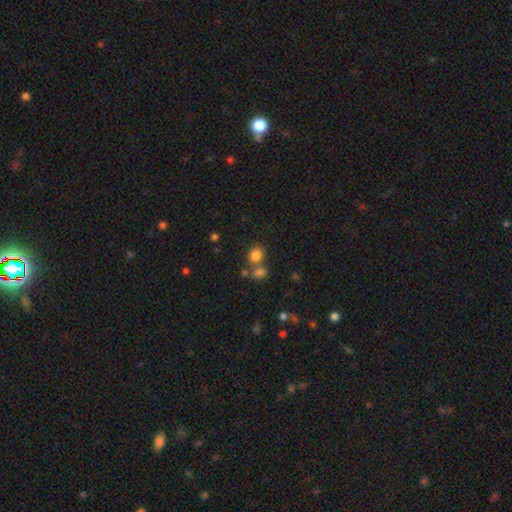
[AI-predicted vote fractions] Smooth or featured?
  - smooth: 79% *
  - star or artifact: 14%
  - featured or disk: 7%
How rounded?
  - round: 66% *
  - in between: 33%
  - cigar-shaped: 1%
Merging?
  - none: 58% *
  - merger: 27%
  - minor disturbance: 10%
  - major disturbance: 4%